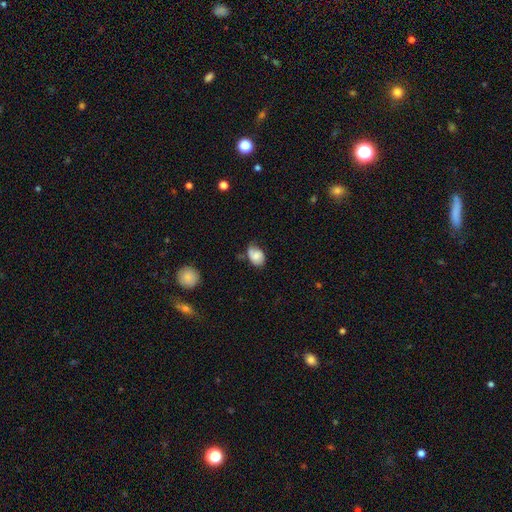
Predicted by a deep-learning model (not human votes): A smooth galaxy with no disk features (69%) that is in between round and cigar-shaped (76%).

Vote fractions:
- Smooth or featured? smooth: 69% / featured or disk: 22% / star or artifact: 8%
- How rounded? in between: 76% / round: 23% / cigar-shaped: 1%
- Merging? none: 42% / minor disturbance: 39% / major disturbance: 14% / merger: 5%